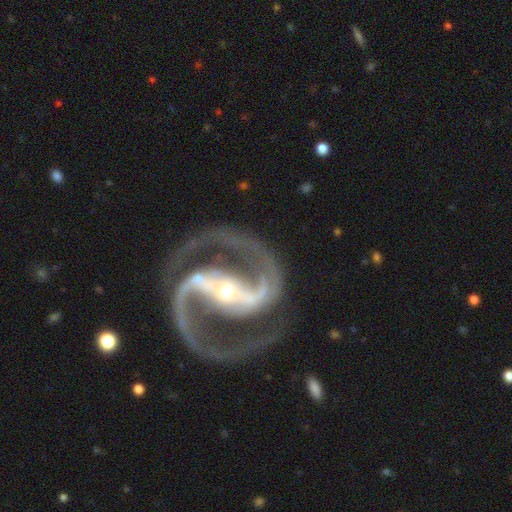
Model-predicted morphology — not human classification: A featured or disk galaxy (95%) with a strong bar (75%), 2 (95%) medium (67%) spiral arms (99%) and a small central bulge (69%). Merging: none (82%).